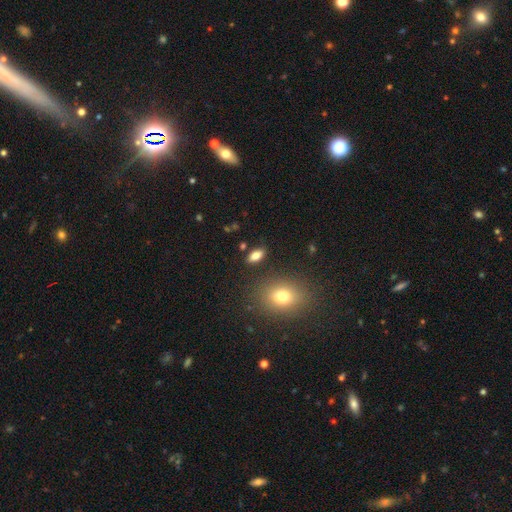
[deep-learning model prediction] Smooth or featured?
  - smooth: 81% *
  - star or artifact: 10%
  - featured or disk: 9%
How rounded?
  - in between: 86% *
  - cigar-shaped: 9%
  - round: 6%
Merging?
  - none: 87% *
  - minor disturbance: 8%
  - merger: 3%
  - major disturbance: 2%